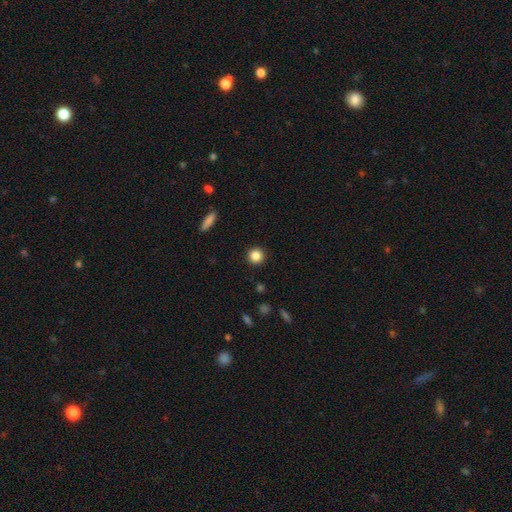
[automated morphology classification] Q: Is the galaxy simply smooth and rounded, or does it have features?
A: smooth — 85%.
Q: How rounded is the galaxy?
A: round — 94%.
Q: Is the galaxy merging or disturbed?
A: none — 92%.